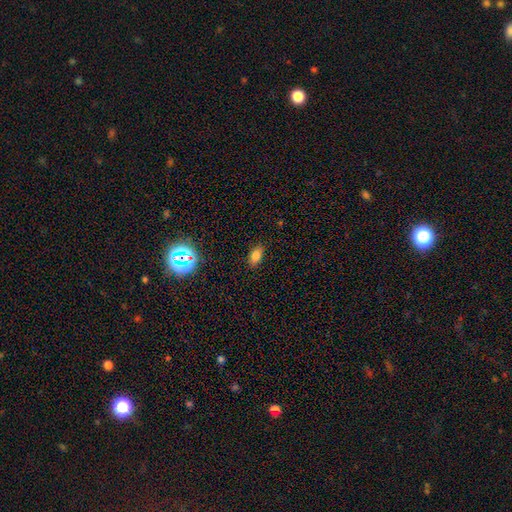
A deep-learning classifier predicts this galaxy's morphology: Smooth or featured? smooth (78%)
How rounded? in between (88%)
Merging? none (86%)